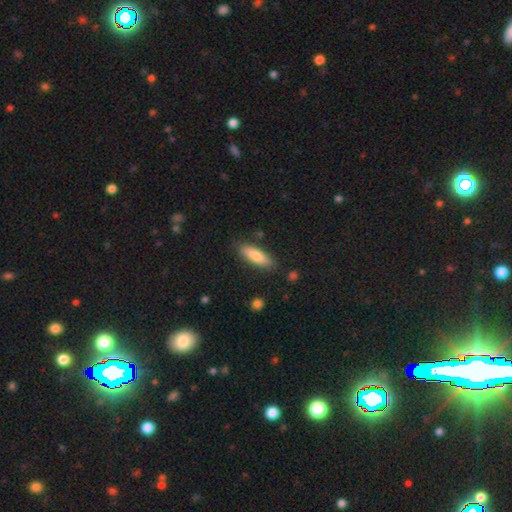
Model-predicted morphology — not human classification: smooth-or-featured: smooth: 79% | featured or disk: 15% | star or artifact: 6%
  how-rounded: cigar-shaped: 54% | in between: 45% | round: 2%
  merging: none: 85% | minor disturbance: 11% | major disturbance: 2% | merger: 2%